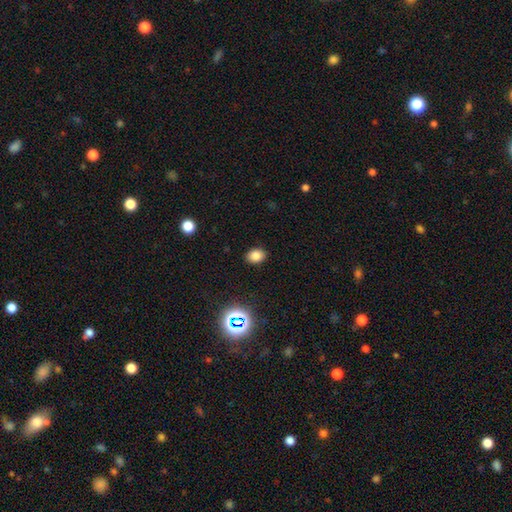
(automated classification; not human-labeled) Q: Smooth or featured?
A: smooth (80%); runner-up: star or artifact (14%)
Q: How rounded?
A: in between (64%); runner-up: round (35%)
Q: Merging?
A: none (88%); runner-up: minor disturbance (8%)